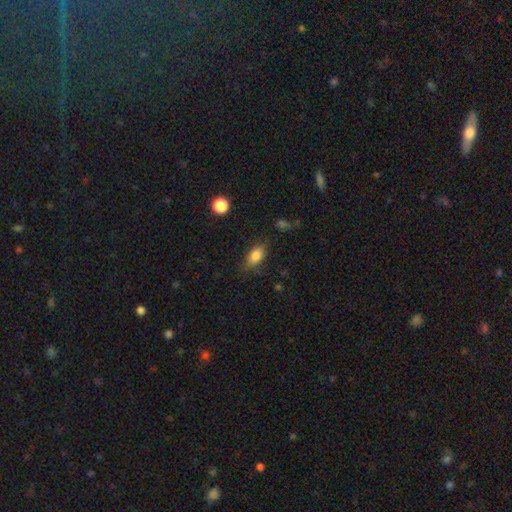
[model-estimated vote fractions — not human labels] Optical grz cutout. It shows a smooth galaxy with no disk features (82%) that is in between round and cigar-shaped (85%). Merging: none (74%).